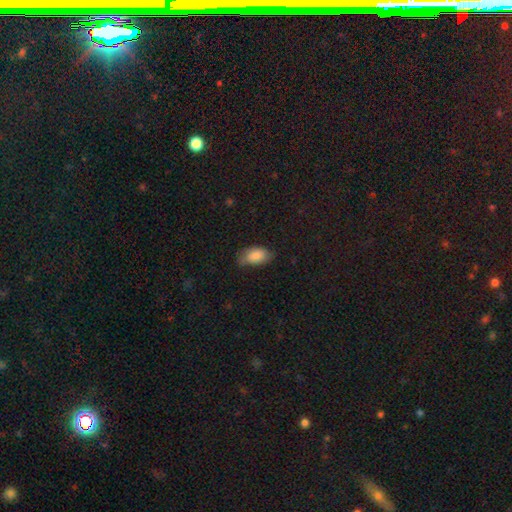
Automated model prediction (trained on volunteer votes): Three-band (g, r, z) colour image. It shows a smooth galaxy with no disk features (86%) that is in between round and cigar-shaped (93%). Merging: none (68%).